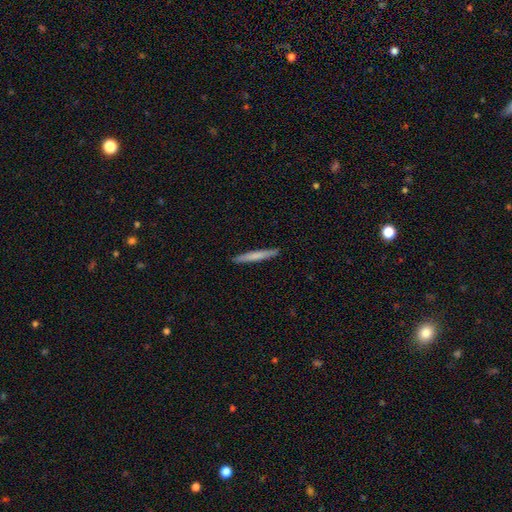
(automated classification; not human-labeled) Smooth or featured: smooth — 70% (featured or disk — 25%)
How rounded: cigar-shaped — 96% (in between — 3%)
Merging: none — 91% (minor disturbance — 6%)